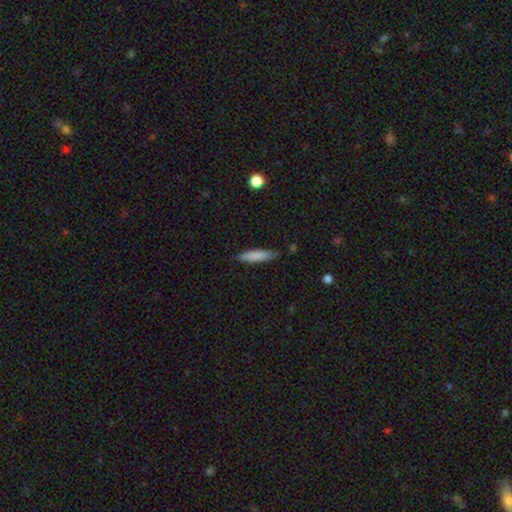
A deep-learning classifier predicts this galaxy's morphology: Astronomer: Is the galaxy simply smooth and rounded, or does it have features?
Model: smooth — 81%.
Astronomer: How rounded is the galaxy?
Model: cigar-shaped — 82%.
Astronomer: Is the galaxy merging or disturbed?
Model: none — 82%.